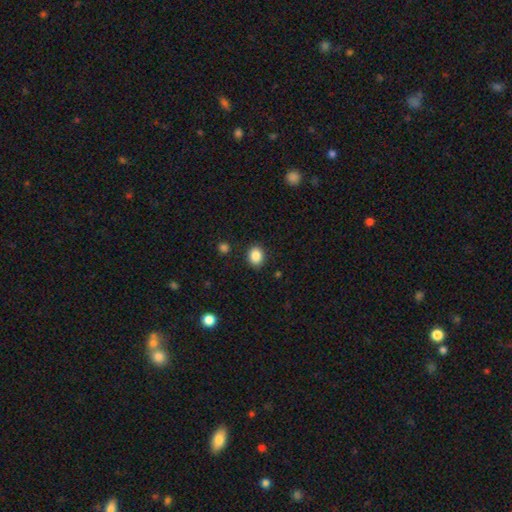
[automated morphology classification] smooth-or-featured: smooth: 87% | star or artifact: 9% | featured or disk: 4%
  how-rounded: round: 56% | in between: 43% | cigar-shaped: 1%
  merging: none: 88% | minor disturbance: 8% | major disturbance: 2% | merger: 2%